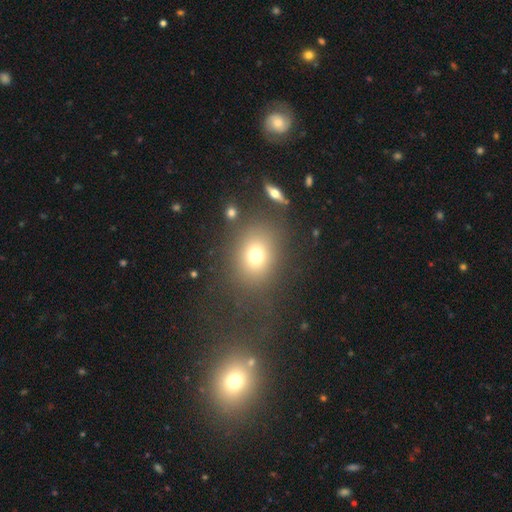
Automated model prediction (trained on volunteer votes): This is likely a smooth galaxy (72%). How rounded: possibly round (56%). Merging: likely none (74%).